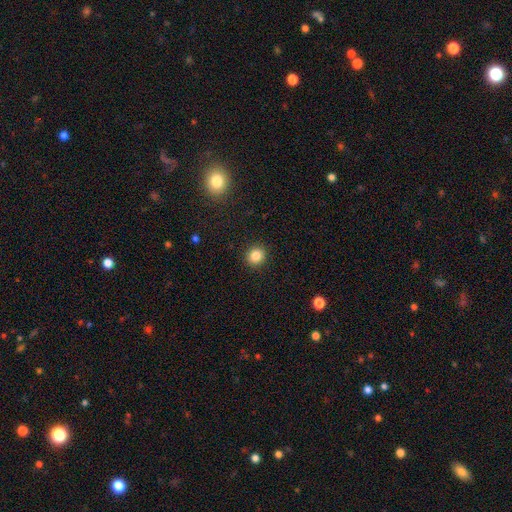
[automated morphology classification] smooth 84%, star or artifact 11%, featured or disk 5%. Down the decision tree: how rounded — round (89%); merging — none (92%).